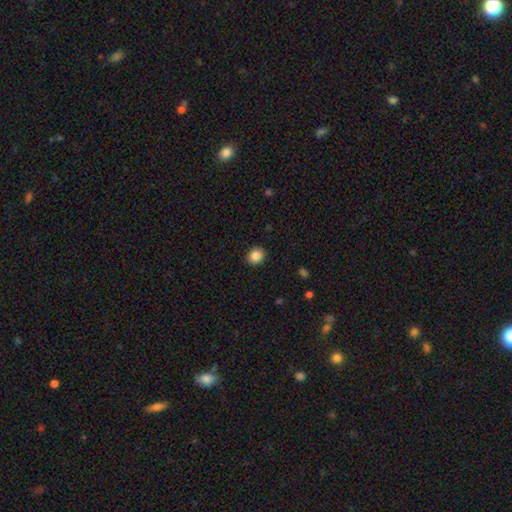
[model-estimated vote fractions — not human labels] Q: Smooth or featured?
A: smooth (85%); runner-up: star or artifact (10%)
Q: How rounded?
A: round (76%); runner-up: in between (23%)
Q: Merging?
A: none (91%); runner-up: minor disturbance (6%)